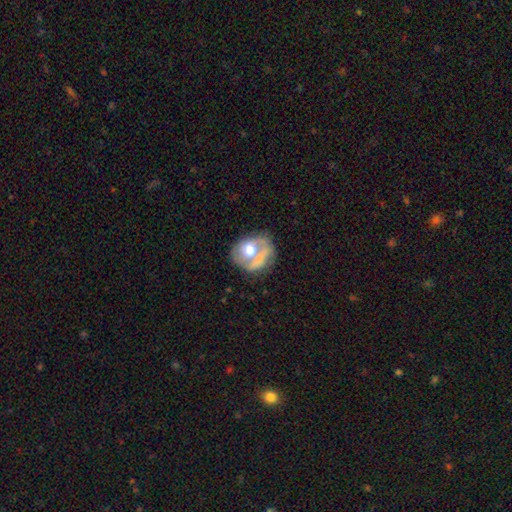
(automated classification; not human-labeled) Smooth or featured? Predicted: featured or disk (p=0.54). Edge-on disk? Predicted: no (p=0.96). Bar? Predicted: no (p=0.80). Spiral arms? Predicted: no (p=0.69). Bulge size? Predicted: moderate (p=0.68). Merging? Predicted: none (p=0.33).